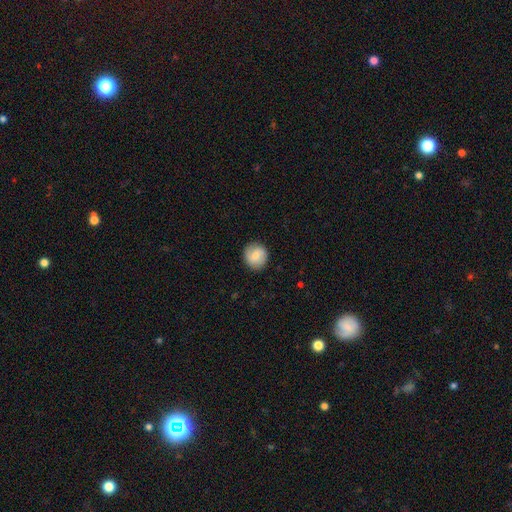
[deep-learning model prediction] The model was most divided on "smooth or featured": smooth: 72%, featured or disk: 20%, star or artifact: 7%. More confident: how rounded — round (88%); merging — none (88%).